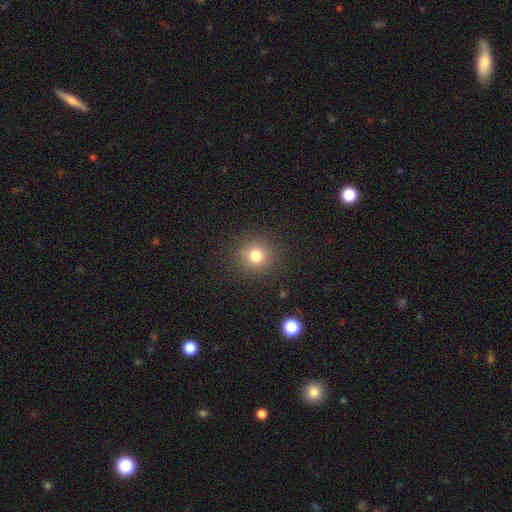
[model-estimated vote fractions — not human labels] A smooth galaxy with no disk features (78%) that is round (93%). Merging: none (89%).